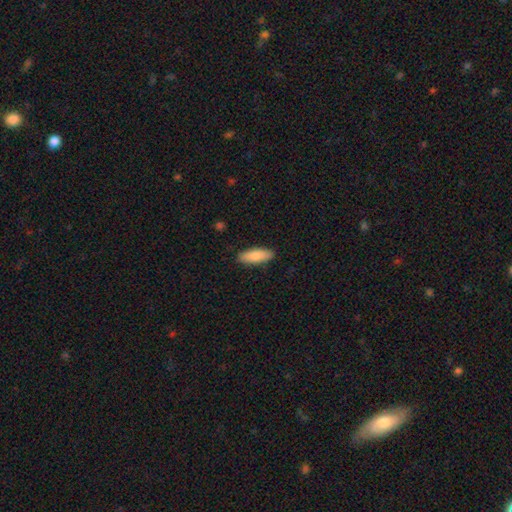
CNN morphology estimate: This is clearly a smooth galaxy (83%). How rounded: likely in between (64%). Merging: clearly none (89%).